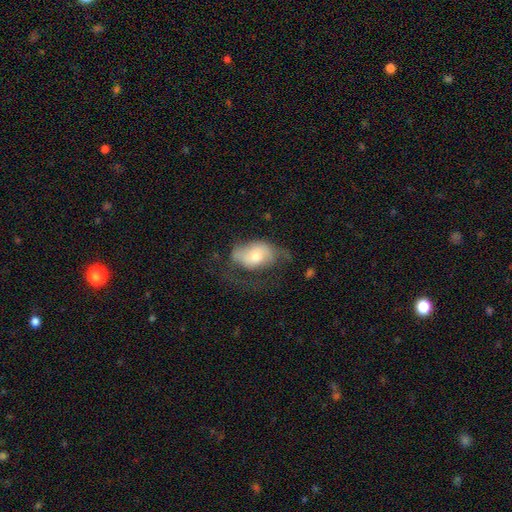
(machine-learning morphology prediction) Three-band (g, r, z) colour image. It shows a smooth galaxy with no disk features (52%) that is in between round and cigar-shaped (85%). Merging: major disturbance (37%).